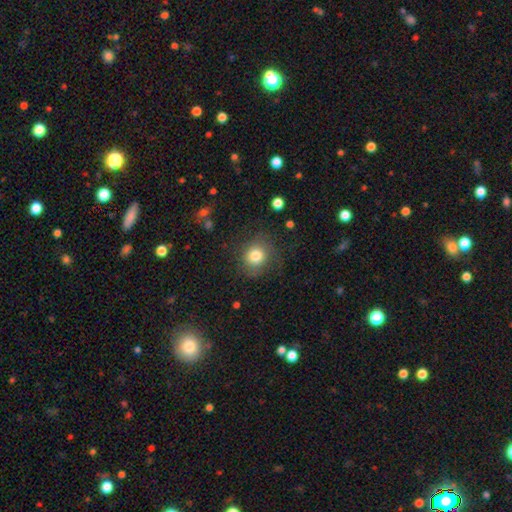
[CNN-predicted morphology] The model was most divided on "merging": none: 72%, minor disturbance: 17%, major disturbance: 9%, merger: 2%. More confident: how rounded — round (83%); smooth or featured — smooth (79%).